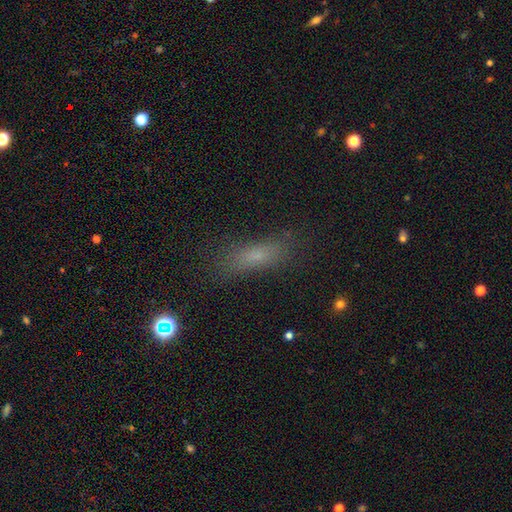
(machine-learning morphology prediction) The model was most divided on "how rounded": cigar-shaped: 54%, in between: 42%, round: 4%. More confident: merging — none (78%); smooth or featured — smooth (68%).